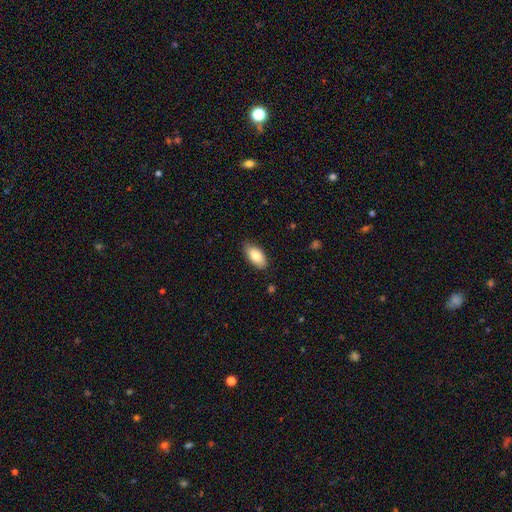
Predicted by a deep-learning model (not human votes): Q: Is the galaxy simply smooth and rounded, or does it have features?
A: smooth — 83%.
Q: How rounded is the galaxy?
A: in between — 93%.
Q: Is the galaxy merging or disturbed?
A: none — 84%.